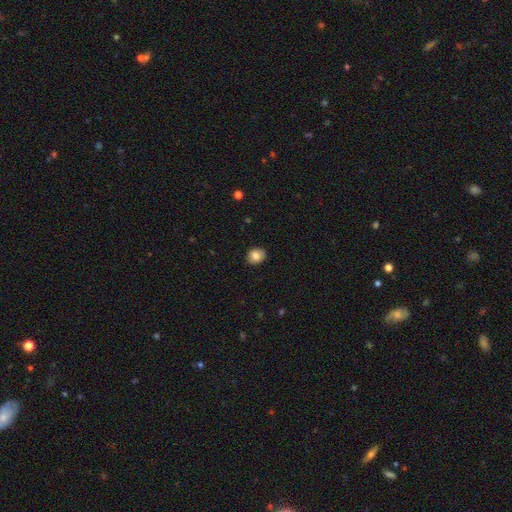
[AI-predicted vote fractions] Smooth or featured: smooth — 81% (featured or disk — 11%)
How rounded: round — 64% (in between — 35%)
Merging: none — 87% (minor disturbance — 10%)